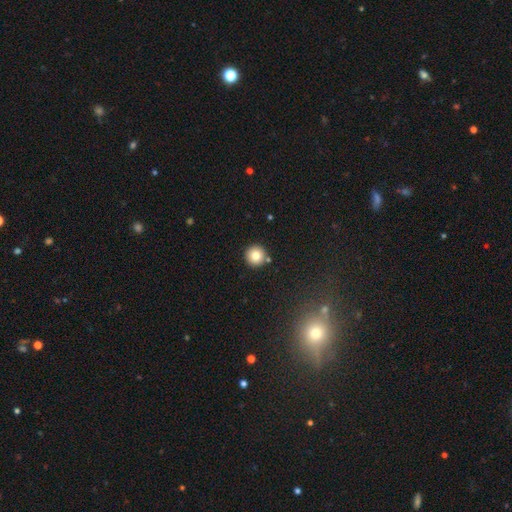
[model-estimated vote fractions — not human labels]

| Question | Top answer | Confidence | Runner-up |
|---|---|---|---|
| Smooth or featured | smooth | 81% | star or artifact (11%) |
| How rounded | round | 96% | in between (3%) |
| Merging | none | 87% | minor disturbance (6%) |